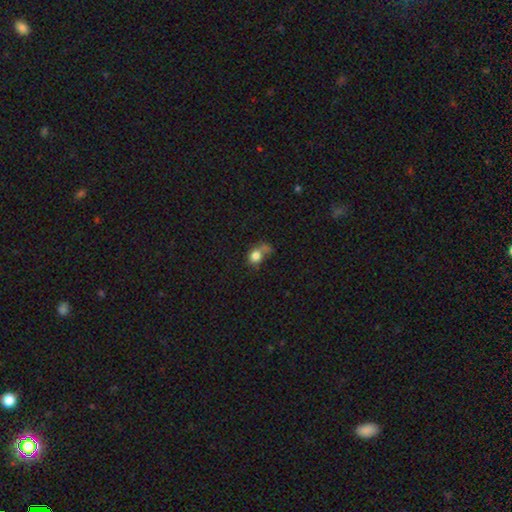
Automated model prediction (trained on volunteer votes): A smooth galaxy with no disk features (78%) that is round (52%).

Vote fractions:
- Smooth or featured? smooth: 78% / star or artifact: 11% / featured or disk: 11%
- How rounded? round: 52% / in between: 46% / cigar-shaped: 2%
- Merging? none: 31% / minor disturbance: 24% / major disturbance: 24% / merger: 21%